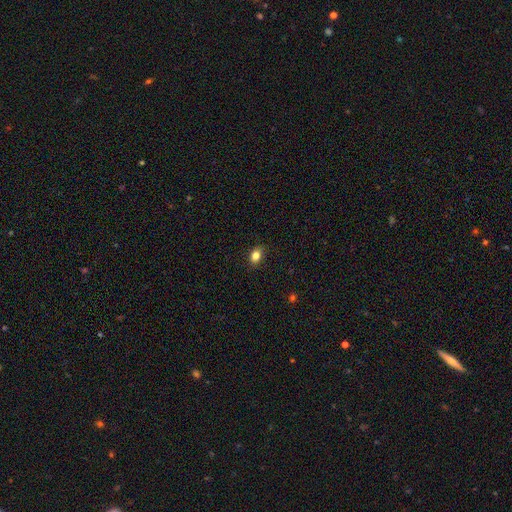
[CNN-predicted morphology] smooth-or-featured: smooth: 84% | star or artifact: 11% | featured or disk: 6%
  how-rounded: in between: 67% | round: 32% | cigar-shaped: 1%
  merging: none: 87% | minor disturbance: 10% | major disturbance: 2% | merger: 1%